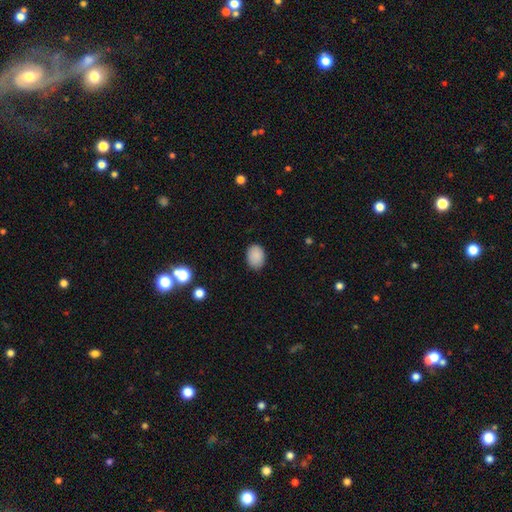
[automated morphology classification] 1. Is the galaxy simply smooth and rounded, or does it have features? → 88% smooth, 8% star or artifact, 4% featured or disk.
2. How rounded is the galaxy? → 75% in between, 24% round, 1% cigar-shaped.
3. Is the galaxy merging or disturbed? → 84% none, 13% minor disturbance, 3% major disturbance, 1% merger.